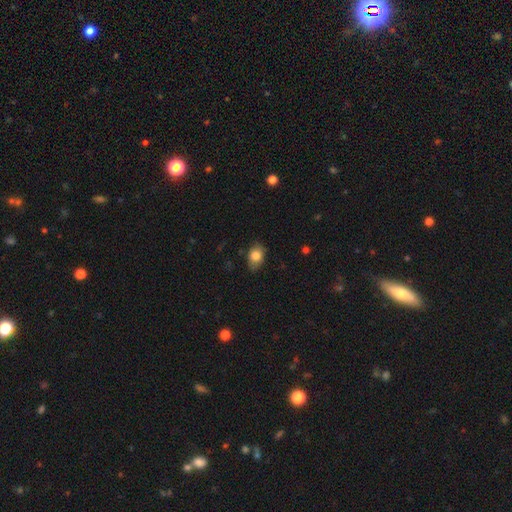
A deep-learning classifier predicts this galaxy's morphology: smooth-or-featured: smooth: 81% | featured or disk: 11% | star or artifact: 8%
  how-rounded: in between: 79% | round: 19% | cigar-shaped: 1%
  merging: none: 77% | minor disturbance: 18% | major disturbance: 3% | merger: 1%